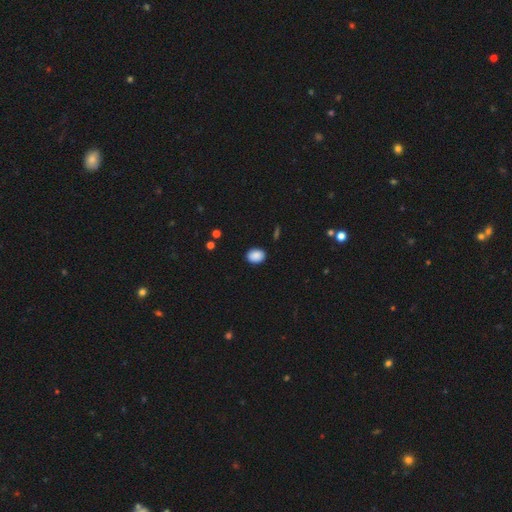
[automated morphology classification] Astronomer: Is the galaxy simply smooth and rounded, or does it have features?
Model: smooth — 89%.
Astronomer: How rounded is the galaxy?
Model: in between — 66%.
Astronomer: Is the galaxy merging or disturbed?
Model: none — 88%.